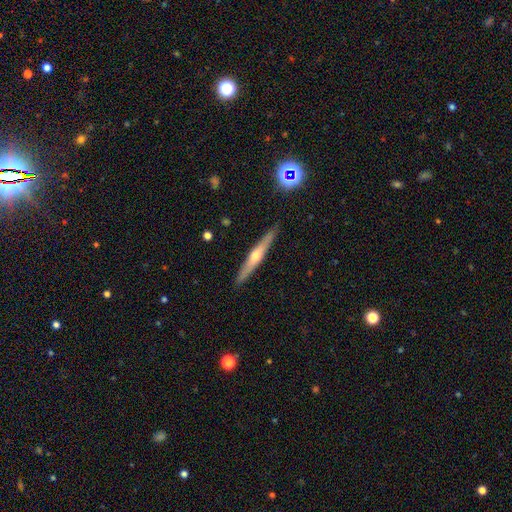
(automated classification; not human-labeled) smooth-or-featured: featured or disk: 66% | smooth: 28% | star or artifact: 7%
  disk-edge-on: yes: 97% | no: 3%
    edge-on-bulge: rounded: 87% | none: 9% | boxy: 4%
  merging: none: 91% | minor disturbance: 7% | major disturbance: 1% | merger: 1%